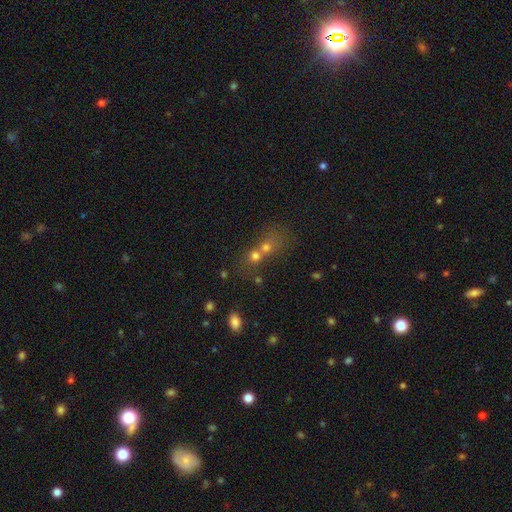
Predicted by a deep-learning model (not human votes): This is likely a smooth galaxy (61%). How rounded: likely round (70%). Merging: likely merger (65%).